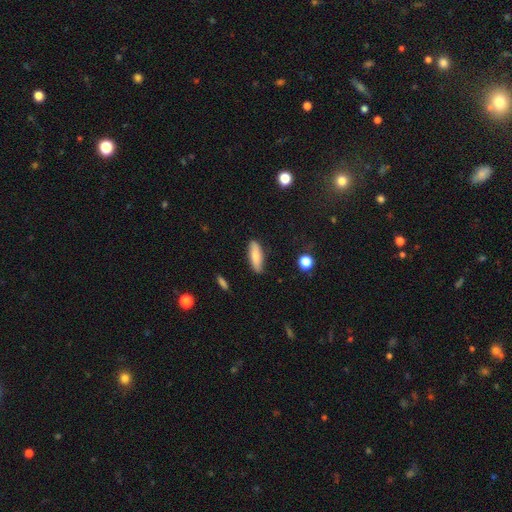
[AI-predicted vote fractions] Q: Smooth or featured?
A: smooth (76%); runner-up: featured or disk (17%)
Q: How rounded?
A: in between (55%); runner-up: cigar-shaped (43%)
Q: Merging?
A: none (84%); runner-up: minor disturbance (12%)